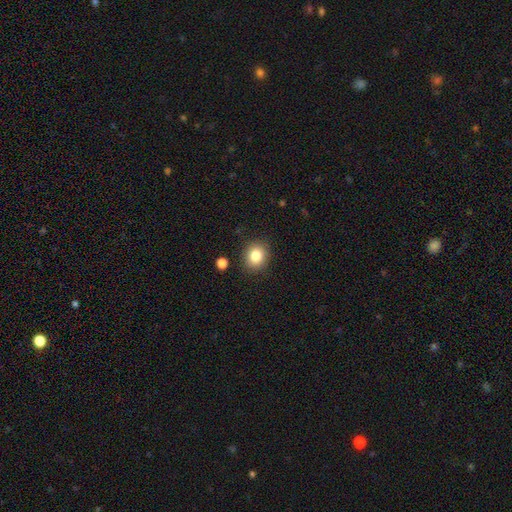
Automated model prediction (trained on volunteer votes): A smooth galaxy with no disk features (83%) that is round (73%). Merging: none (87%).